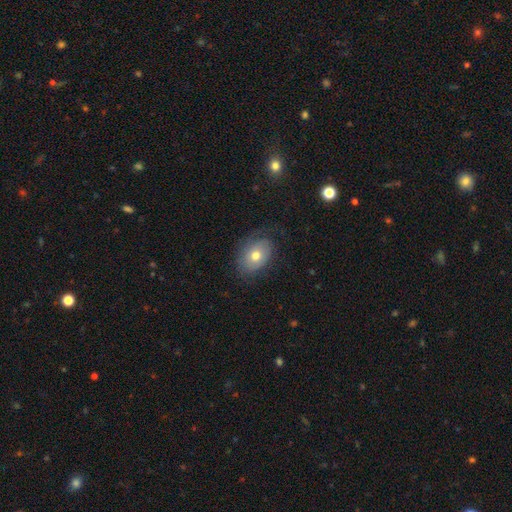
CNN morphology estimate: This appears to be a smooth galaxy with no disk features (62%) that is in between round and cigar-shaped (75%). Merging: none (67%).